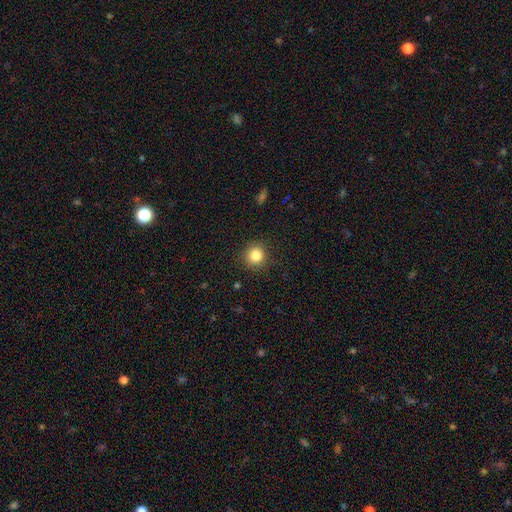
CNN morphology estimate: Overall: smooth (84%). How rounded: round (92%). Merging: none (90%).